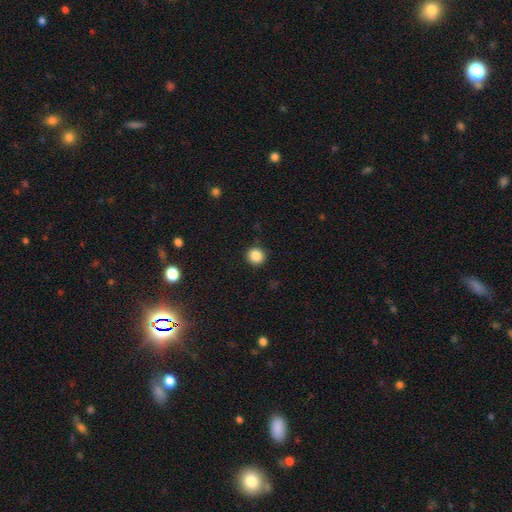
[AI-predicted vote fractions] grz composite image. It shows a smooth galaxy with no disk features (86%) that is round (91%). Merging: none (91%).